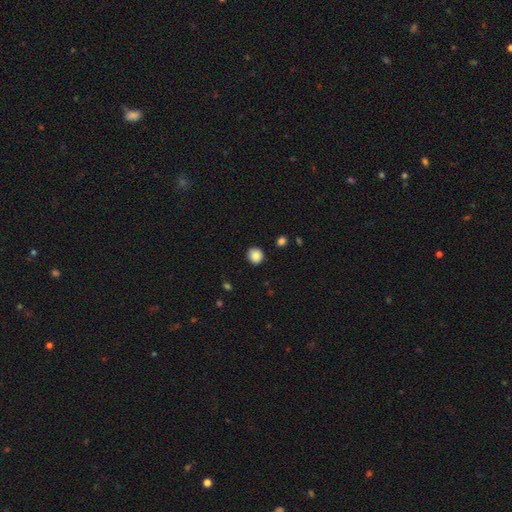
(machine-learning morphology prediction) smooth_or_featured: smooth (p=0.87) [alt: star or artifact p=0.09]
how_rounded: round (p=0.90) [alt: in between p=0.09]
merging: none (p=0.89) [alt: minor disturbance p=0.07]